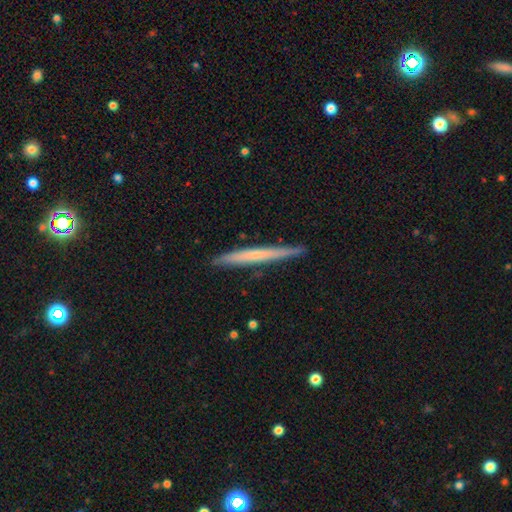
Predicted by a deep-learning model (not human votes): Smooth or featured? smooth (47%, tied with featured or disk)
Merging? none (90%)